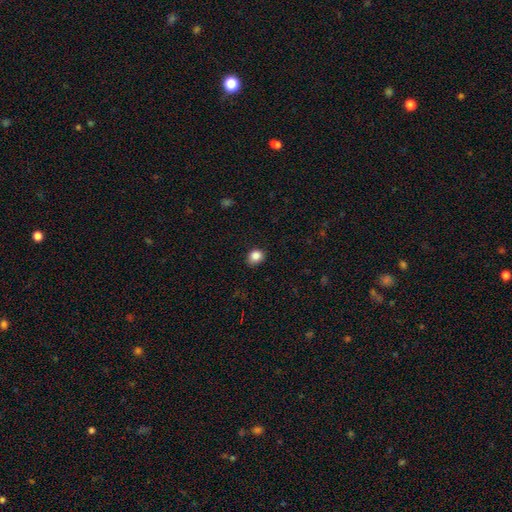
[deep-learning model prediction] Q: Smooth or featured?
A: smooth (85%); runner-up: star or artifact (10%)
Q: How rounded?
A: round (51%); runner-up: in between (48%)
Q: Merging?
A: none (82%); runner-up: minor disturbance (14%)